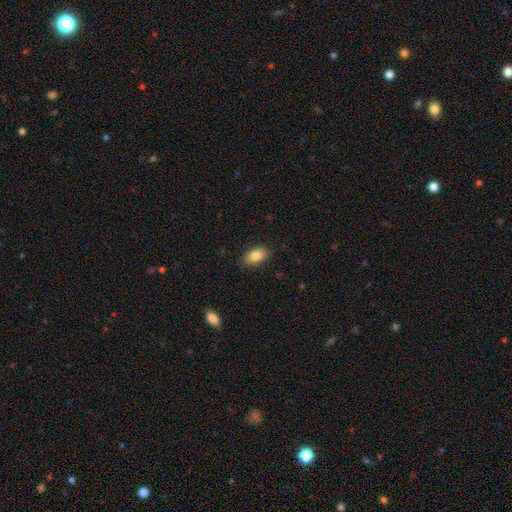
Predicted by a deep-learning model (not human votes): A smooth galaxy with no disk features (84%) that is in between round and cigar-shaped (92%). Merging: none (88%).